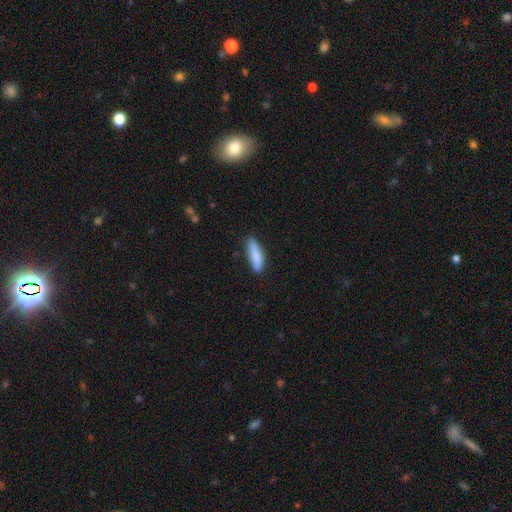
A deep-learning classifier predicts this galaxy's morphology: type=smooth (86%); roundness=cigar-shaped (69%); merging=none (81%).